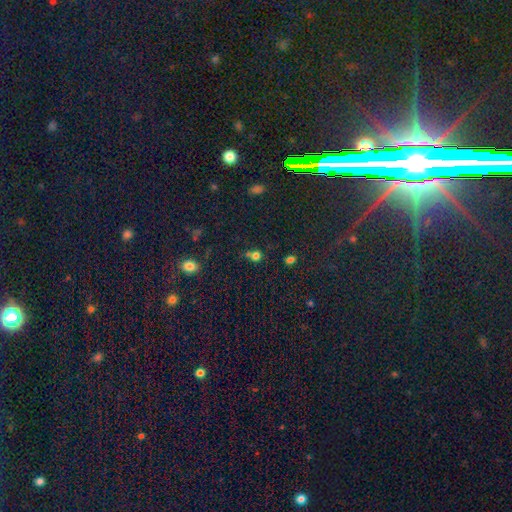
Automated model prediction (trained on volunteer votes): Morphology: type=smooth (69%); roundness=round (81%); merging=none (57%).